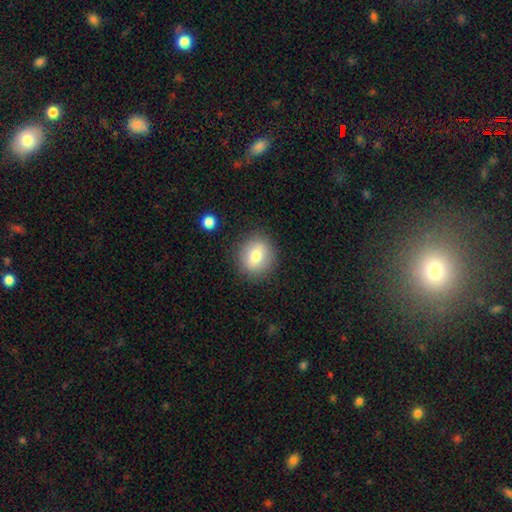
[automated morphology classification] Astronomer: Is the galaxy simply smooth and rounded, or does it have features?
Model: smooth — 71%.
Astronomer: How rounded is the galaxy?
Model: round — 82%.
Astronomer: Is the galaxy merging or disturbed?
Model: none — 86%.